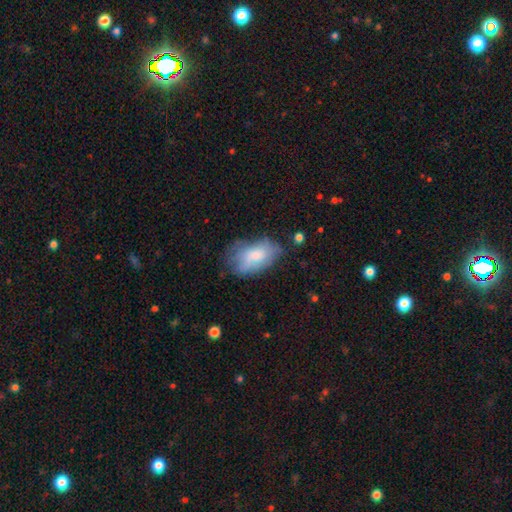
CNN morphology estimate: The model was most divided on "merging": none: 48%, minor disturbance: 32%, major disturbance: 17%, merger: 3%. More confident: how rounded — in between (92%); smooth or featured — smooth (66%).